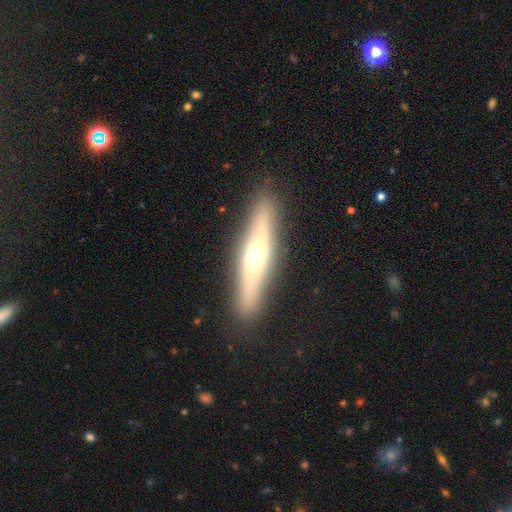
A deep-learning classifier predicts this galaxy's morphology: This is possibly a featured or disk galaxy (54%). It is clearly viewed edge-on (80%). Merging: clearly none (88%).